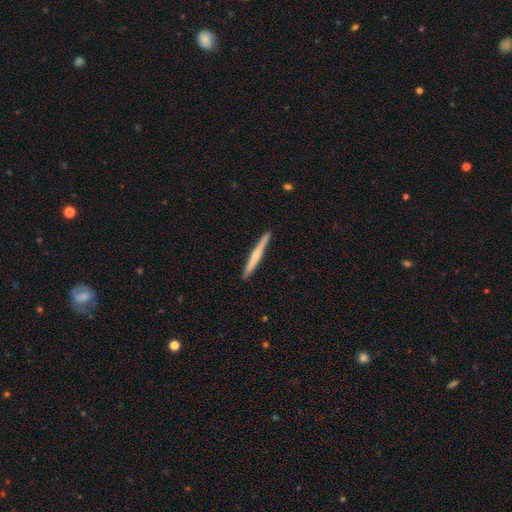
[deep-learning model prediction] featured or disk 53%, smooth 42%, star or artifact 5%. Down the decision tree: edge-on disk — yes (98%); edge-on bulge — rounded (60%); merging — none (92%).